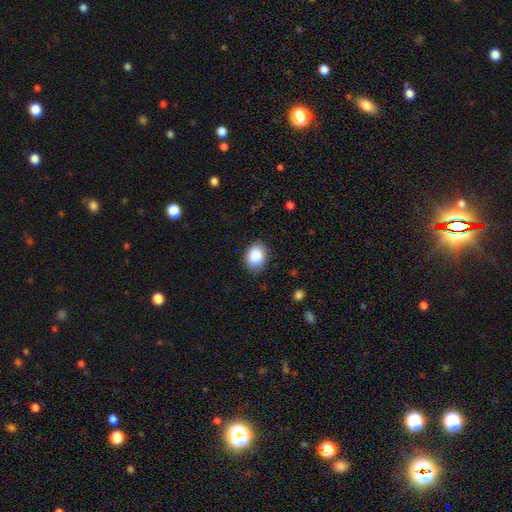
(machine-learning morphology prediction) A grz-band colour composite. It shows a smooth galaxy with no disk features (87%) that is in between round and cigar-shaped (58%). Merging: none (83%).